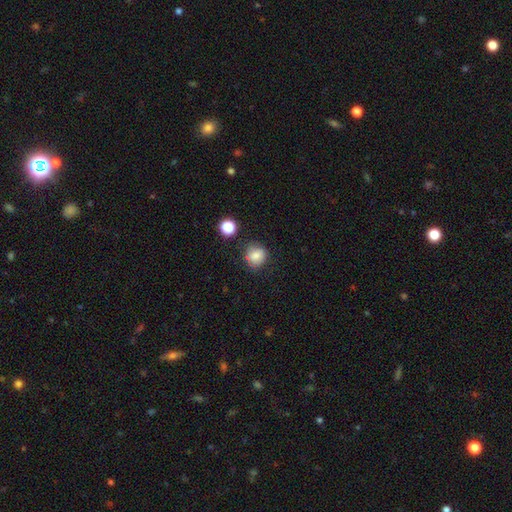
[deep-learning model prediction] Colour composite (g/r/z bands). It shows a smooth galaxy with no disk features (81%) that is round (79%). Merging: none (73%).